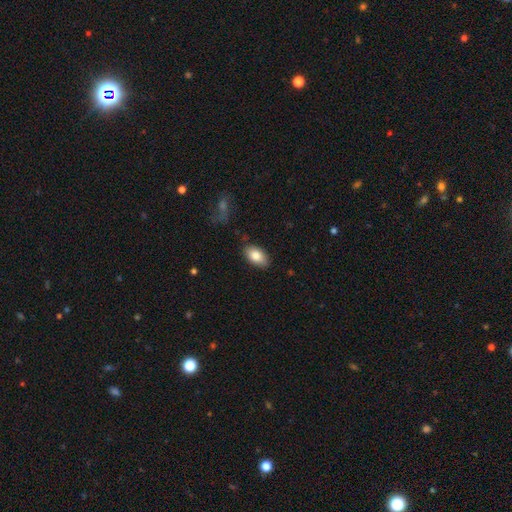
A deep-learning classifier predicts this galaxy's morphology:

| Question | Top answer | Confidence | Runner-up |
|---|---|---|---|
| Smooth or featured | smooth | 83% | featured or disk (10%) |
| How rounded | in between | 93% | round (5%) |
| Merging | none | 84% | minor disturbance (12%) |